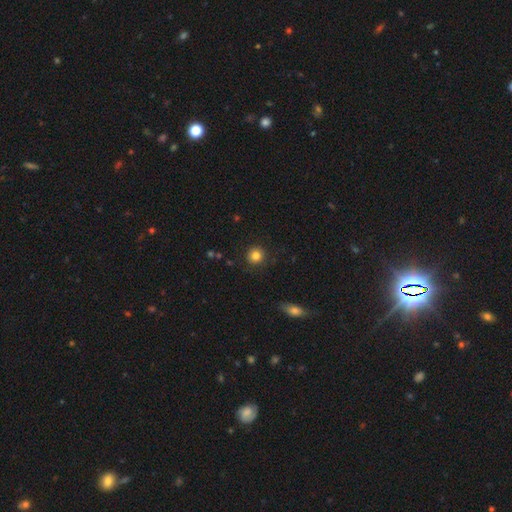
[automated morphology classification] Smooth or featured? Predicted: smooth (p=0.83). How rounded? Predicted: round (p=0.93). Merging? Predicted: none (p=0.89).